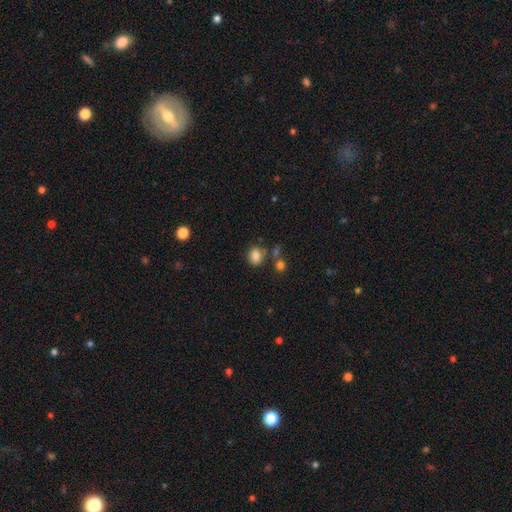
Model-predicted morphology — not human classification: smooth-or-featured: smooth: 83% | star or artifact: 11% | featured or disk: 6%
  how-rounded: in between: 52% | round: 47% | cigar-shaped: 1%
  merging: none: 71% | minor disturbance: 14% | merger: 10% | major disturbance: 5%